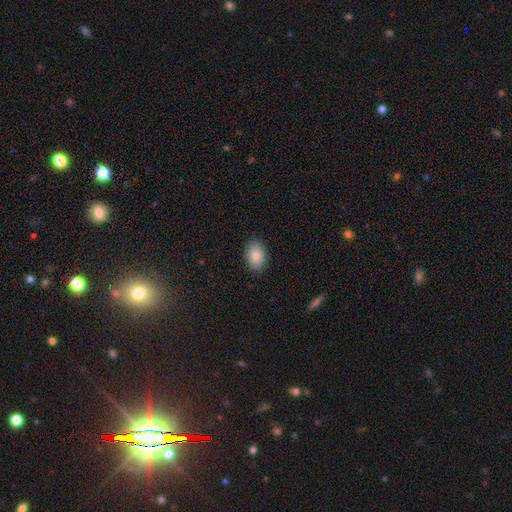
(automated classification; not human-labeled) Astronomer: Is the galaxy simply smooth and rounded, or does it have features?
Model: smooth — 86%.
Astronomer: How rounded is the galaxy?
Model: in between — 88%.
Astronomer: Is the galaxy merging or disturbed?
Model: none — 87%.